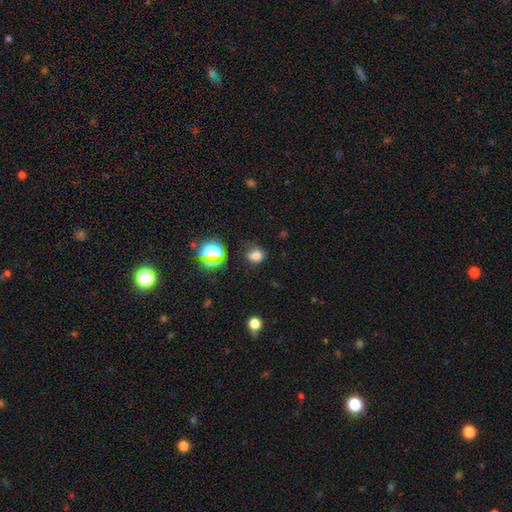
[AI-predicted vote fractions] A smooth galaxy with no disk features (74%) that is round (50%).

Vote fractions:
- Smooth or featured? smooth: 74% / star or artifact: 20% / featured or disk: 6%
- How rounded? round: 50% / in between: 49% / cigar-shaped: 1%
- Merging? none: 72% / minor disturbance: 19% / major disturbance: 6% / merger: 3%